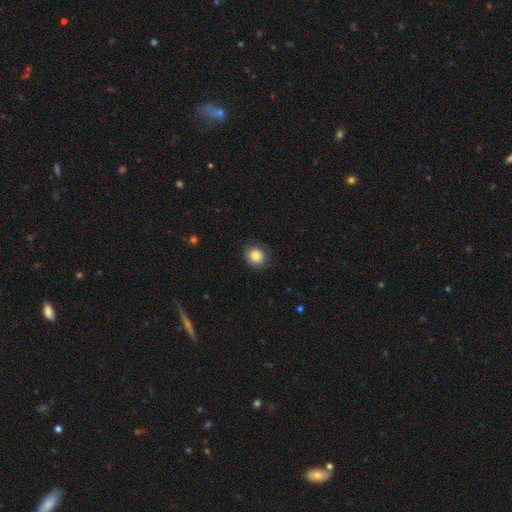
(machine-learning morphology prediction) Q: Smooth or featured?
A: smooth (82%); runner-up: featured or disk (9%)
Q: How rounded?
A: round (76%); runner-up: in between (23%)
Q: Merging?
A: none (79%); runner-up: minor disturbance (15%)